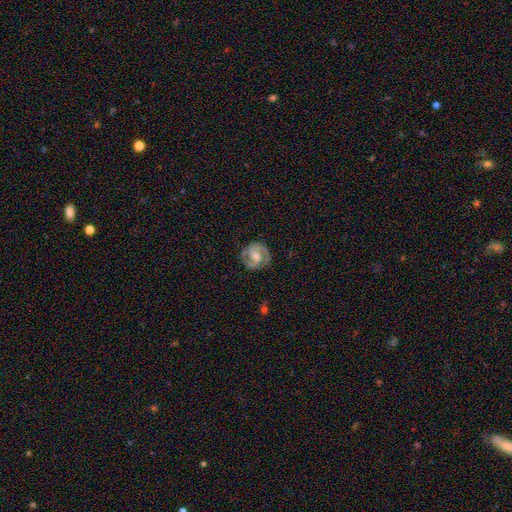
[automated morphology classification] Smooth or featured? Predicted: featured or disk (p=0.86). Edge-on disk? Predicted: no (p=0.98). Bar? Predicted: weak (p=0.48). Spiral arms? Predicted: yes (p=0.96). Spiral winding? Predicted: medium (p=0.48). Spiral arm count? Predicted: 2 (p=0.91). Bulge size? Predicted: moderate (p=0.57). Merging? Predicted: none (p=0.82).